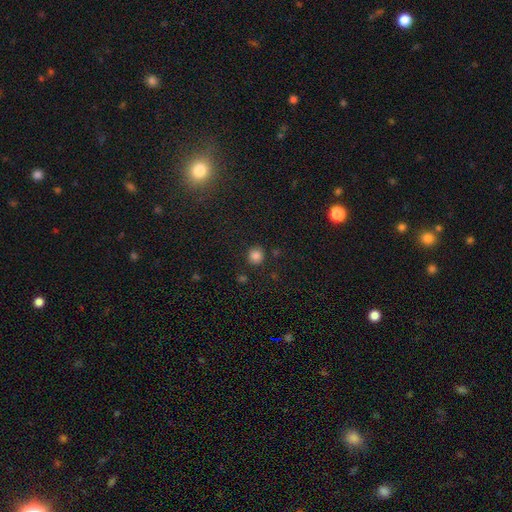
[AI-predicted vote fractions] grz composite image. It shows a smooth galaxy with no disk features (83%) that is round (92%). Merging: none (87%).